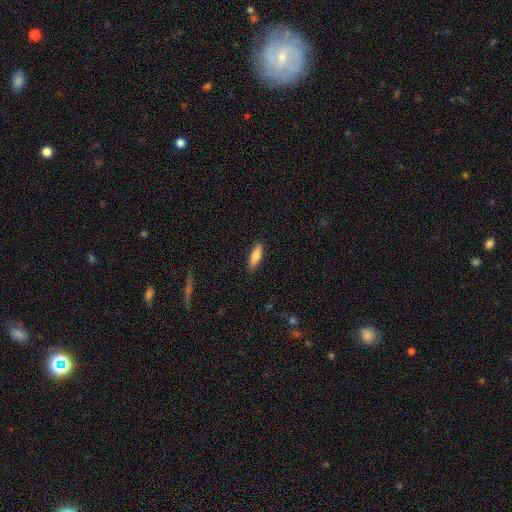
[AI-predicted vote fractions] Q: Smooth or featured?
A: smooth (83%); runner-up: featured or disk (11%)
Q: How rounded?
A: in between (53%); runner-up: cigar-shaped (45%)
Q: Merging?
A: none (88%); runner-up: minor disturbance (9%)